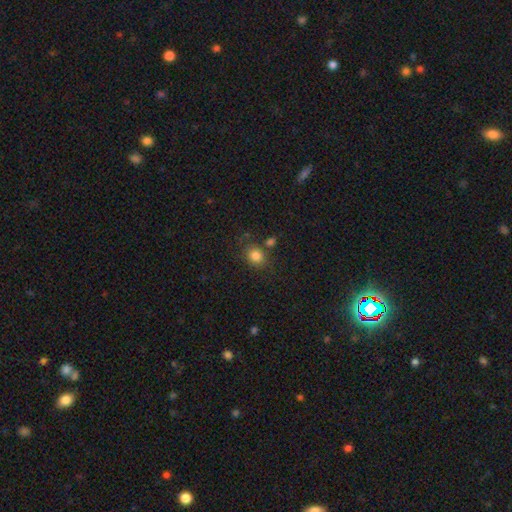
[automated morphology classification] A smooth galaxy with no disk features (82%) that is round (61%). Merging: none (72%).